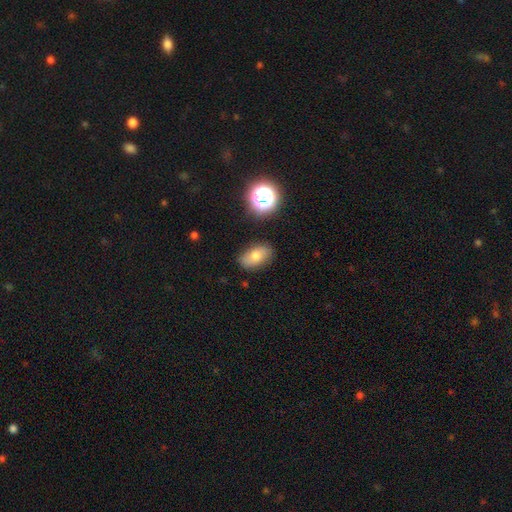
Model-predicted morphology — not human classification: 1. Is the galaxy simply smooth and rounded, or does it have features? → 69% smooth, 19% featured or disk, 12% star or artifact.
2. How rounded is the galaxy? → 87% in between, 10% round, 3% cigar-shaped.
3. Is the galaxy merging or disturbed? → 83% none, 12% minor disturbance, 3% major disturbance, 2% merger.